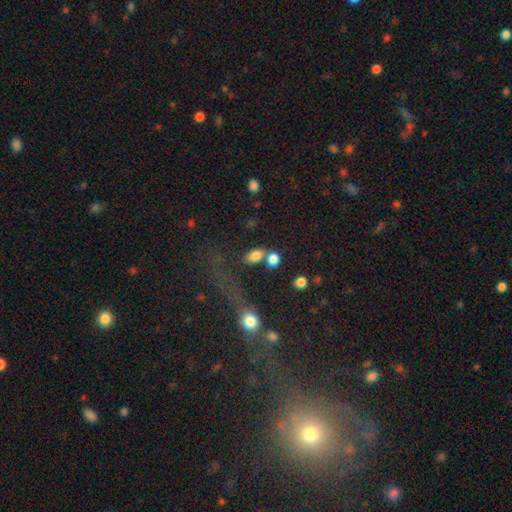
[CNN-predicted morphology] type=smooth (82%); roundness=in between (81%); merging=none (50%).